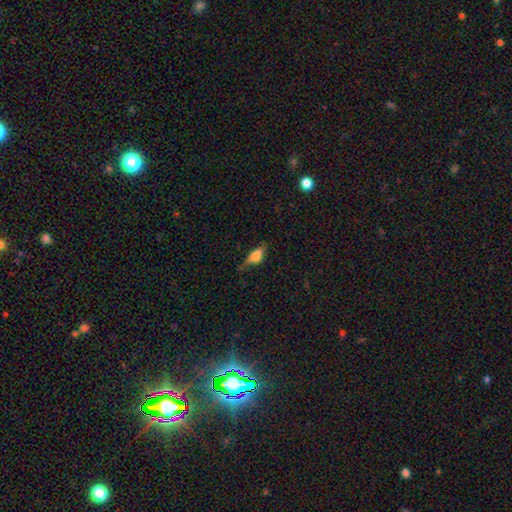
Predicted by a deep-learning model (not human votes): smooth 56%, featured or disk 35%, star or artifact 9%. Down the decision tree: how rounded — in between (72%); merging — none (50%).